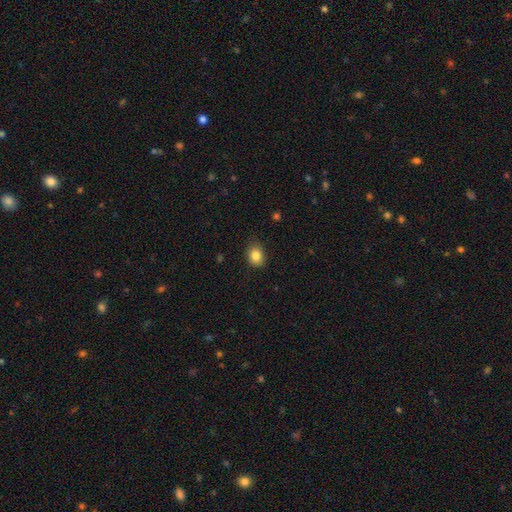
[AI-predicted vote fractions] Q: Smooth or featured?
A: smooth (85%); runner-up: star or artifact (9%)
Q: How rounded?
A: in between (52%); runner-up: round (47%)
Q: Merging?
A: none (77%); runner-up: minor disturbance (19%)